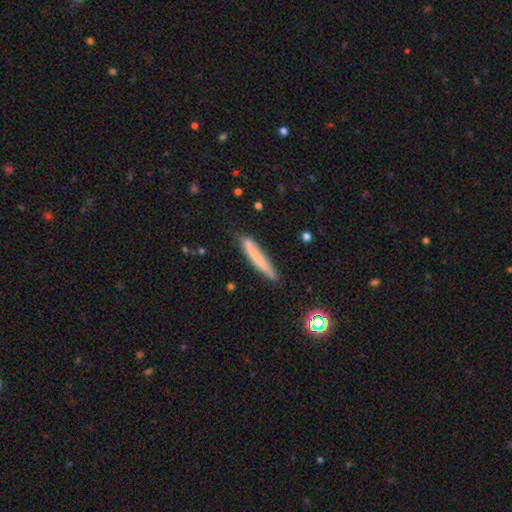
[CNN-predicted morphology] Smooth or featured? smooth (72%)
How rounded? cigar-shaped (94%)
Merging? none (83%)